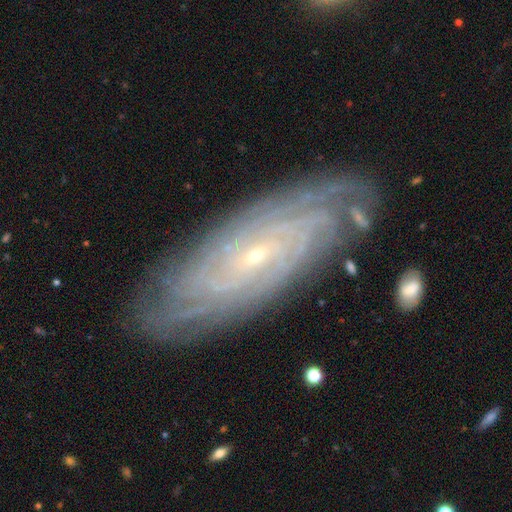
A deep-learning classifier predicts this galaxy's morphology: The model was most divided on "spiral arm count": can't tell: 32%, more than 4: 22%, 4: 20%, 3: 10%, 2: 9%, 1: 7%. More confident: spiral arms — yes (97%); edge-on disk — no (91%); smooth or featured — featured or disk (88%); merging — none (84%); bulge size — small (83%); spiral winding — tight (82%); bar — no (58%).